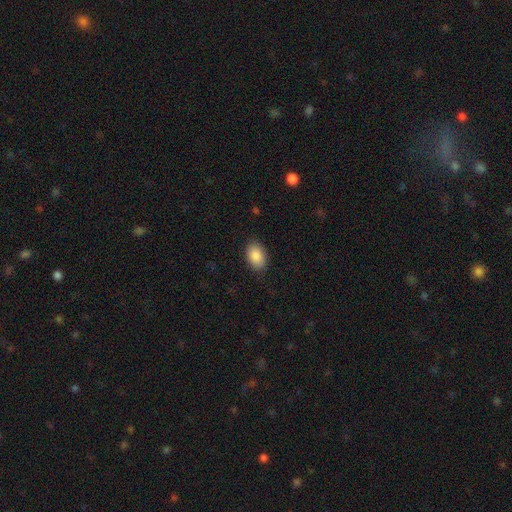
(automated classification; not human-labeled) A smooth galaxy with no disk features (88%) that is in between round and cigar-shaped (90%).

Vote fractions:
- Smooth or featured? smooth: 88% / star or artifact: 7% / featured or disk: 5%
- How rounded? in between: 90% / round: 9% / cigar-shaped: 1%
- Merging? none: 86% / minor disturbance: 11% / major disturbance: 3% / merger: 1%